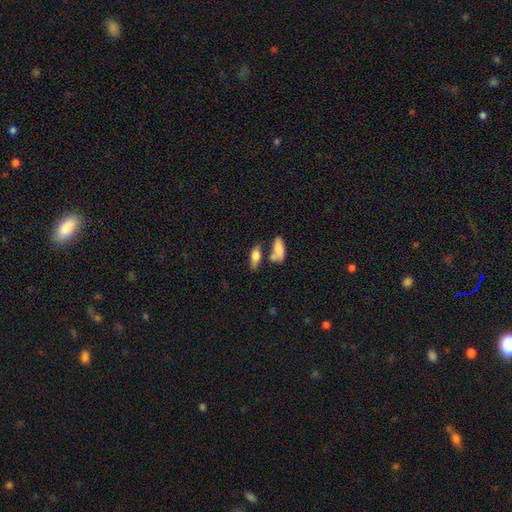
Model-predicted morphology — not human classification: A smooth galaxy with no disk features (74%) that is in between round and cigar-shaped (77%).

Vote fractions:
- Smooth or featured? smooth: 74% / featured or disk: 19% / star or artifact: 7%
- How rounded? in between: 77% / cigar-shaped: 19% / round: 4%
- Merging? none: 49% / merger: 31% / minor disturbance: 15% / major disturbance: 5%